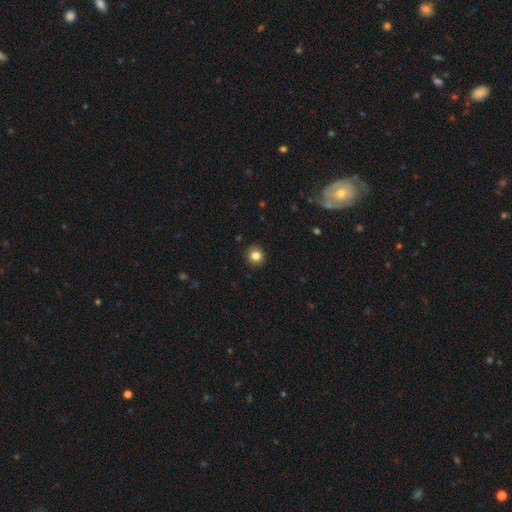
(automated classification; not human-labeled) Overall: smooth (83%). How rounded: round (91%). Merging: none (92%).